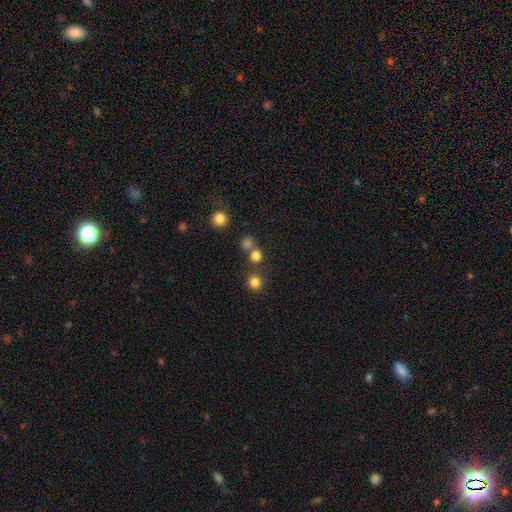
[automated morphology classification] Smooth or featured: smooth — 78% (star or artifact — 16%)
How rounded: round — 88% (in between — 11%)
Merging: none — 67% (merger — 23%)